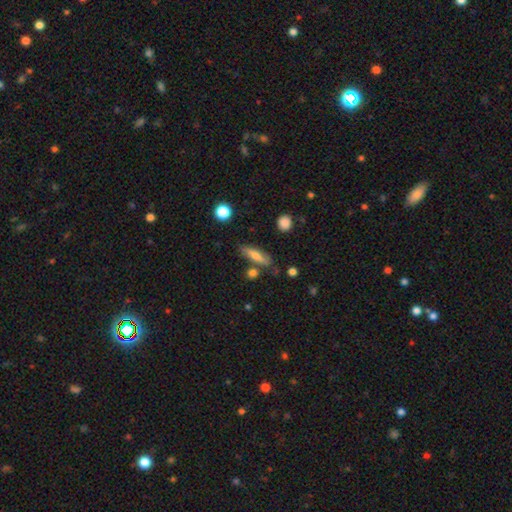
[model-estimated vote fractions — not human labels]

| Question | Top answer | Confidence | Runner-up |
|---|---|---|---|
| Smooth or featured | smooth | 62% | featured or disk (30%) |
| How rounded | cigar-shaped | 66% | in between (30%) |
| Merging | none | 77% | minor disturbance (14%) |